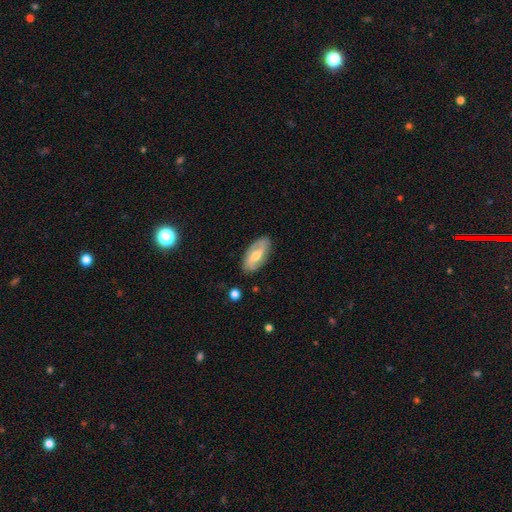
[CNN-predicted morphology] Overall: featured or disk (65%; smooth 29%). Edge-on disk: no (91%). Bar: weak (45%; strong 29%). Spiral arms: yes (81%). Bulge size: moderate (65%; small 27%). Merging: none (83%).